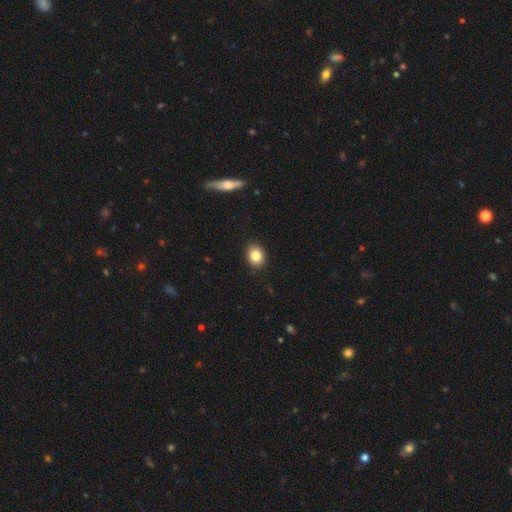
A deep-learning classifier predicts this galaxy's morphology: Overall: smooth (84%). How rounded: round (52%; in between 47%). Merging: none (90%).